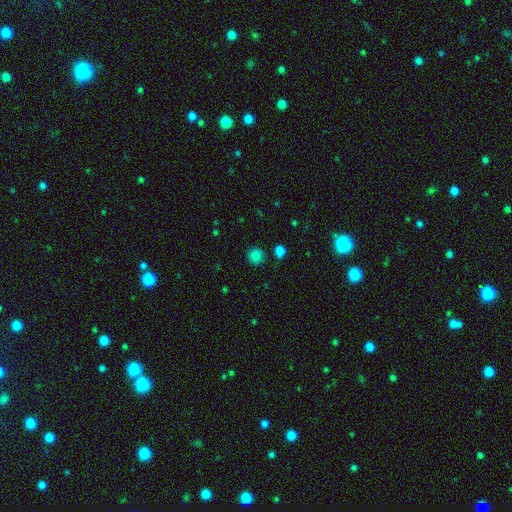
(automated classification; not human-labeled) Morphology: type=smooth (84%); roundness=round (91%); merging=none (84%).